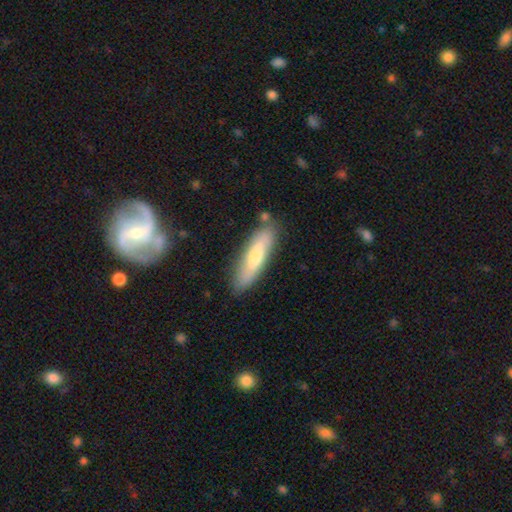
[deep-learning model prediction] Q: Smooth or featured?
A: smooth (47%); tied with: featured or disk (47%)
Q: Merging?
A: none (77%); runner-up: minor disturbance (15%)